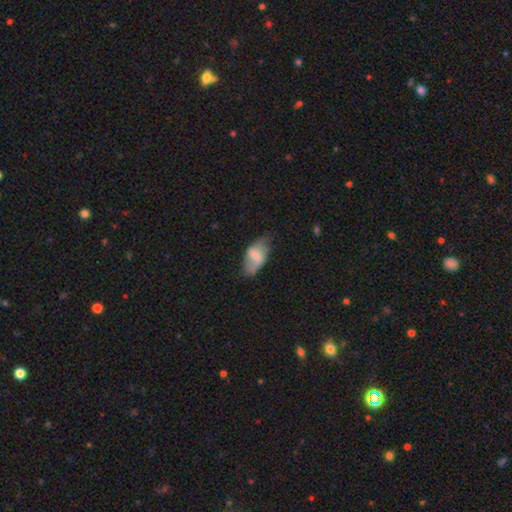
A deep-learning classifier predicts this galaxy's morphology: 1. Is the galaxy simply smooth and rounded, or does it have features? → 60% smooth, 33% featured or disk, 7% star or artifact.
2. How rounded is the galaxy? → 92% in between, 4% round, 4% cigar-shaped.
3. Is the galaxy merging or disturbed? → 53% none, 33% minor disturbance, 12% major disturbance, 2% merger.